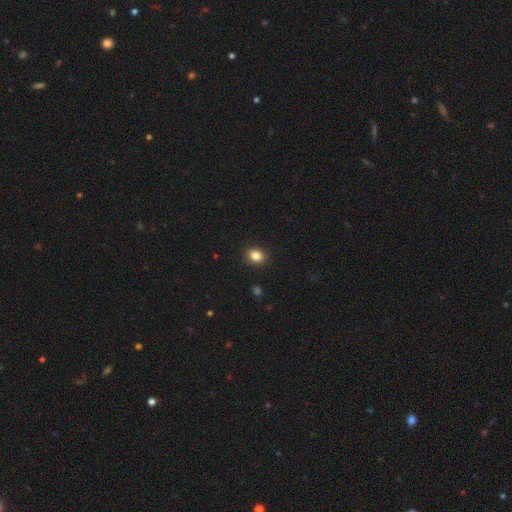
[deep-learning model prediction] The model was most divided on "how rounded": round: 55%, in between: 44%, cigar-shaped: 1%. More confident: merging — none (90%); smooth or featured — smooth (84%).